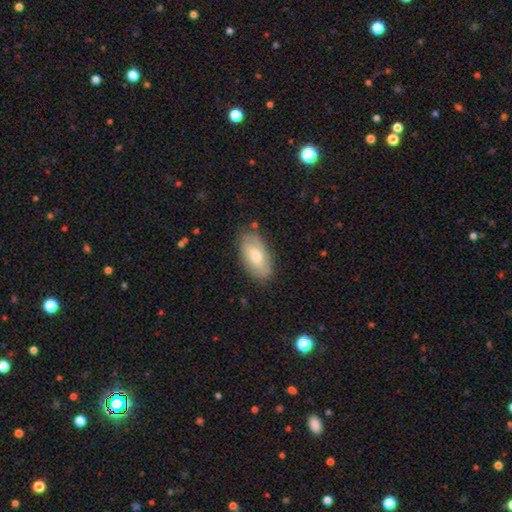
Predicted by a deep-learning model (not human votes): This appears to be a smooth galaxy with no disk features (58%) that is in between round and cigar-shaped (92%). Merging: none (80%).